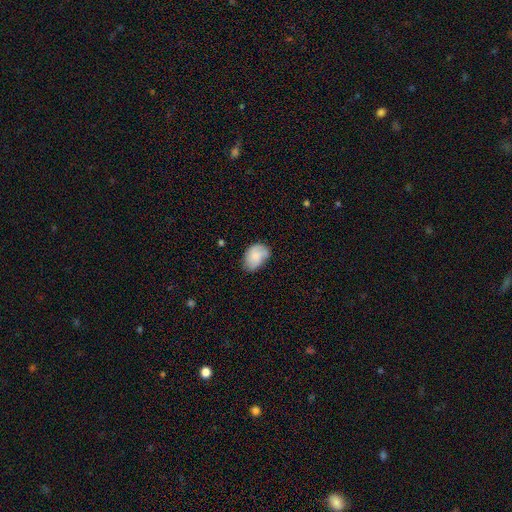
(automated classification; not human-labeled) smooth-or-featured: smooth: 71% | featured or disk: 22% | star or artifact: 7%
  how-rounded: in between: 82% | round: 17% | cigar-shaped: 1%
  merging: none: 56% | minor disturbance: 34% | major disturbance: 9% | merger: 2%